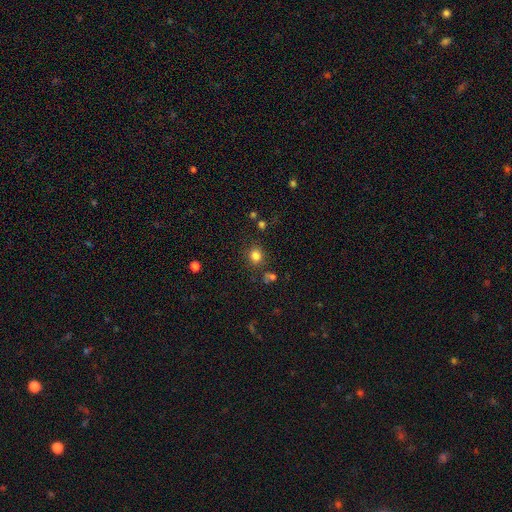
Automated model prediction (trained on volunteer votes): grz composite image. It shows a smooth galaxy with no disk features (81%) that is round (85%). Merging: none (83%).